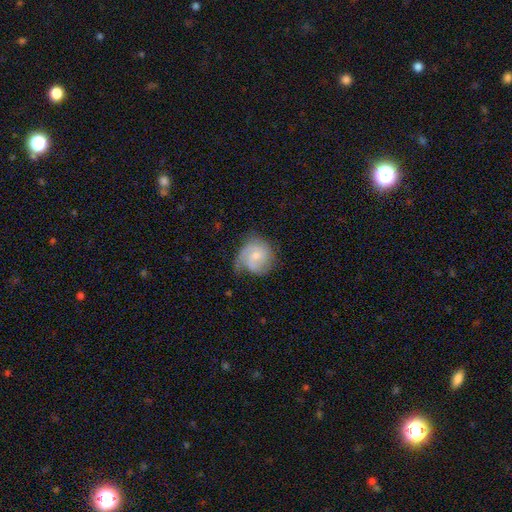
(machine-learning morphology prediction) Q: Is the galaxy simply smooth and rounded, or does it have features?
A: featured or disk — 61%.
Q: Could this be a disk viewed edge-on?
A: no — 98%.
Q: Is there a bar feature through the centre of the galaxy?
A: no — 63%.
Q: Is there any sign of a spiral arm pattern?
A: yes — 89%.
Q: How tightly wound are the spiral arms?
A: tight — 43%.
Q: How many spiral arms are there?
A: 2 — 43%.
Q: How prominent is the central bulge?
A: small — 50%.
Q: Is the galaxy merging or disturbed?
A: none — 55%.